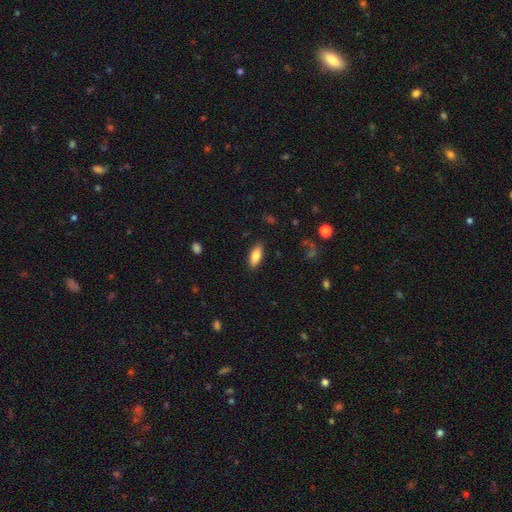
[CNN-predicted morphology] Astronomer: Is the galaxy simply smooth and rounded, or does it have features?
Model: smooth — 81%.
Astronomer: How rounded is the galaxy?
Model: in between — 76%.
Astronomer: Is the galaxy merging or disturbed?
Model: none — 87%.